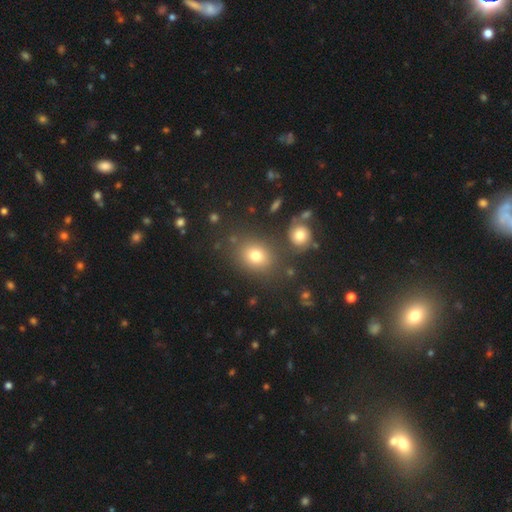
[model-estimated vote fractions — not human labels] The model was most divided on "how rounded": round: 54%, in between: 44%, cigar-shaped: 1%. More confident: merging — none (77%); smooth or featured — smooth (75%).